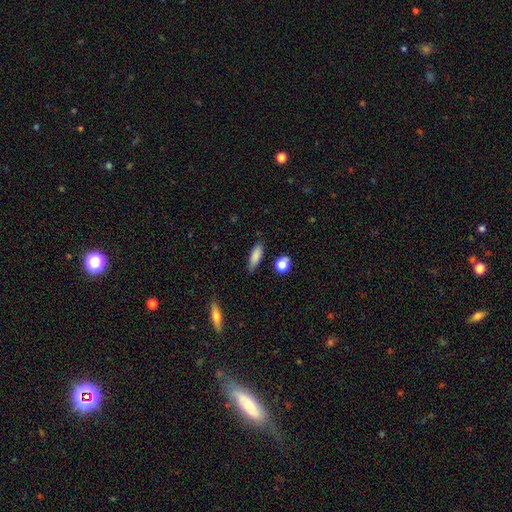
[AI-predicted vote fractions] Smooth or featured: smooth — 84% (featured or disk — 8%)
How rounded: in between — 54% (cigar-shaped — 43%)
Merging: none — 82% (minor disturbance — 12%)